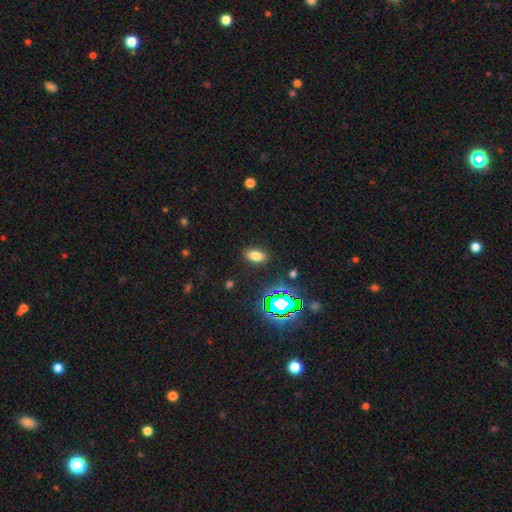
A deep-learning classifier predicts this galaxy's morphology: Smooth or featured? smooth (72%)
How rounded? in between (88%)
Merging? none (88%)